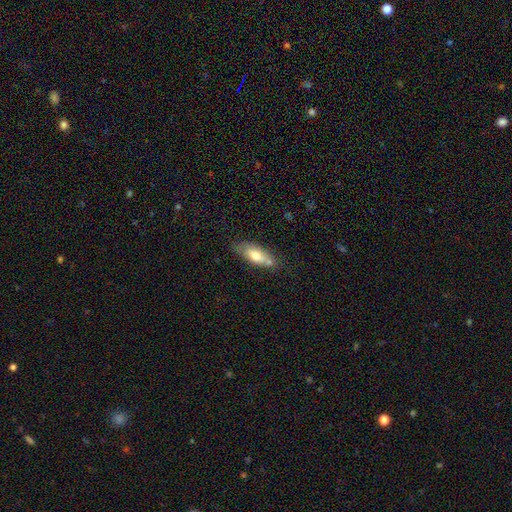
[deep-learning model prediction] Smooth or featured?
  - smooth: 67% *
  - featured or disk: 26%
  - star or artifact: 7%
How rounded?
  - in between: 74% *
  - cigar-shaped: 23%
  - round: 3%
Merging?
  - none: 61% *
  - minor disturbance: 21%
  - merger: 13%
  - major disturbance: 5%